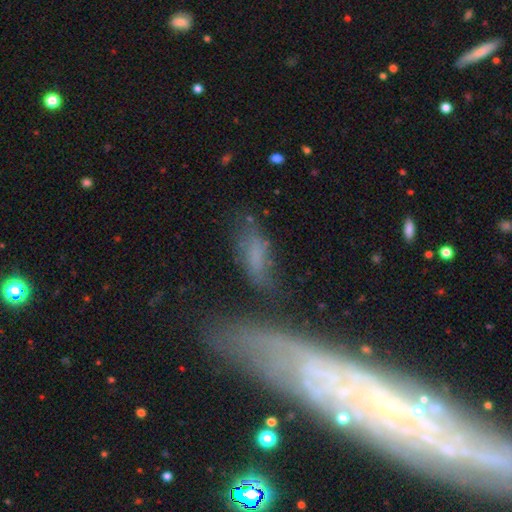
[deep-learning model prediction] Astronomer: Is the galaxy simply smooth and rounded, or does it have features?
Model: smooth — 62%.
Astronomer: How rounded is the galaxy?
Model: in between — 57% (runner-up: cigar-shaped, 38%).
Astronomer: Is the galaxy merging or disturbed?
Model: none — 47% (runner-up: minor disturbance, 25%).